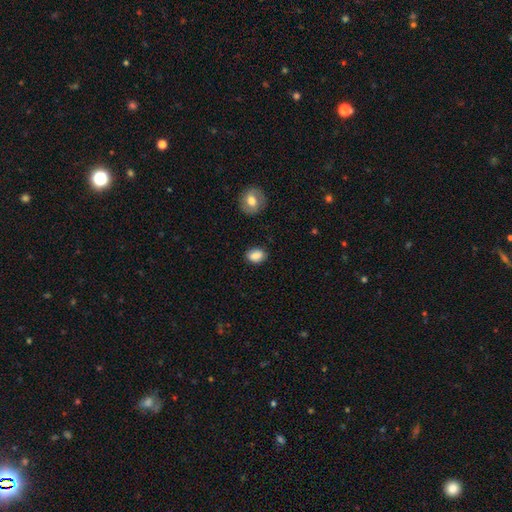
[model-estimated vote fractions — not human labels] A smooth galaxy with no disk features (86%) that is in between round and cigar-shaped (71%).

Vote fractions:
- Smooth or featured? smooth: 86% / star or artifact: 8% / featured or disk: 6%
- How rounded? in between: 71% / round: 27% / cigar-shaped: 1%
- Merging? none: 84% / minor disturbance: 12% / major disturbance: 3% / merger: 2%